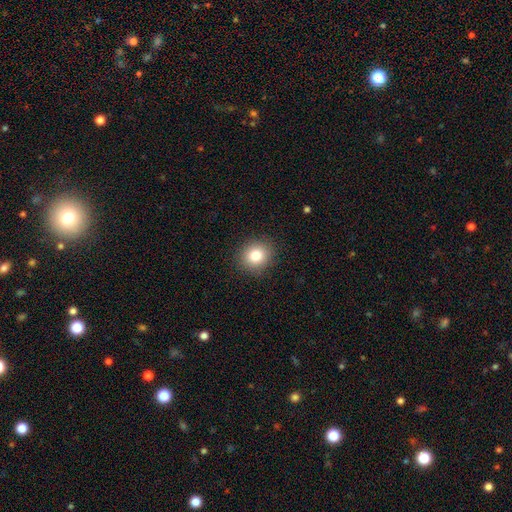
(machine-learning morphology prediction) The model was most divided on "how rounded": round: 80%, in between: 19%, cigar-shaped: 1%. More confident: merging — none (90%); smooth or featured — smooth (83%).